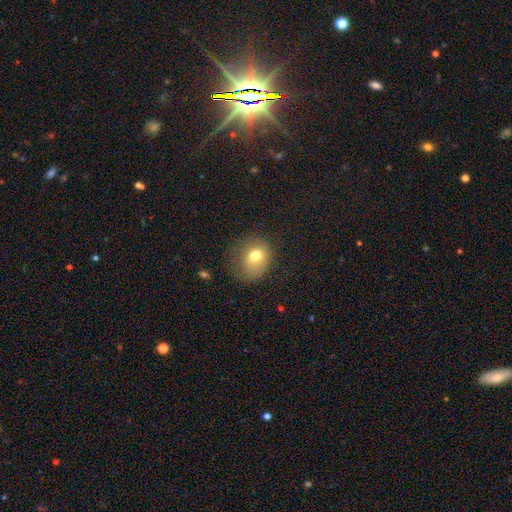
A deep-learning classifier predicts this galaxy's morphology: Smooth or featured? Predicted: smooth (p=0.73). How rounded? Predicted: round (p=0.60). Merging? Predicted: none (p=0.49).